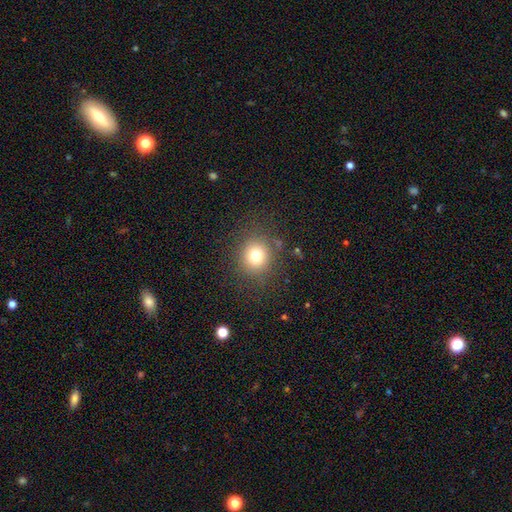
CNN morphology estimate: A smooth galaxy with no disk features (76%) that is round (85%). Merging: none (85%).